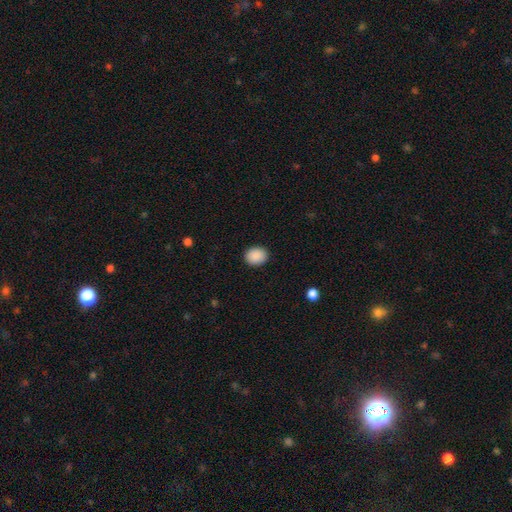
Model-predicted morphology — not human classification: The model was most divided on "how rounded": round: 52%, in between: 47%, cigar-shaped: 1%. More confident: smooth or featured — smooth (90%); merging — none (90%).